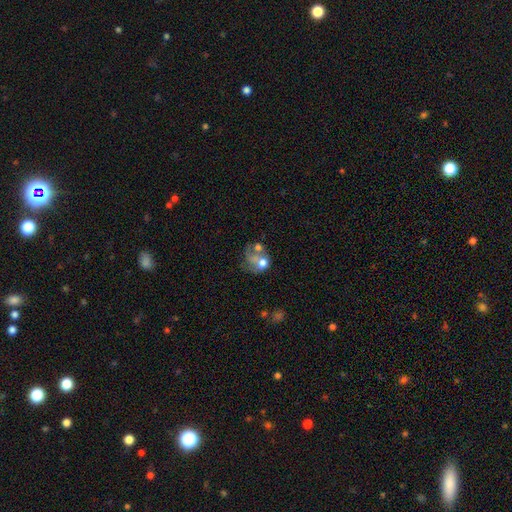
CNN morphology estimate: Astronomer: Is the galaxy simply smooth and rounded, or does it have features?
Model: featured or disk — 46% (runner-up: smooth, 38%).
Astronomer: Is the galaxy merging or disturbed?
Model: merger — 34% (runner-up: major disturbance, 28%).